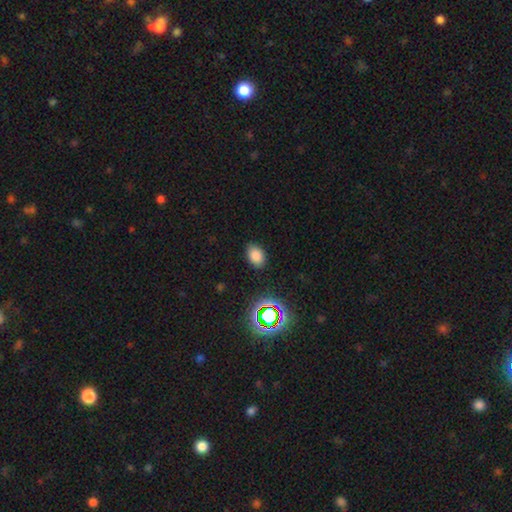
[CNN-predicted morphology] Smooth or featured? smooth (79%)
How rounded? in between (79%)
Merging? none (85%)